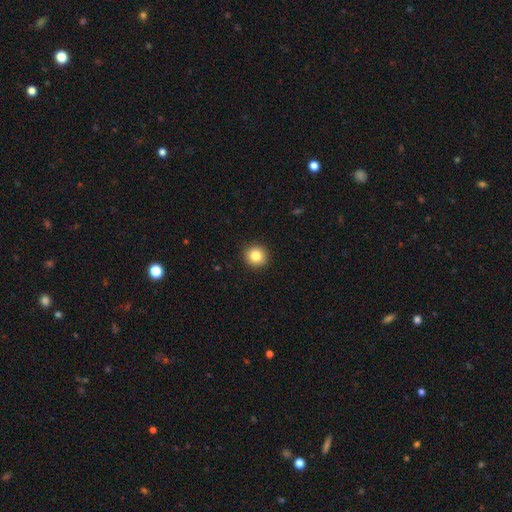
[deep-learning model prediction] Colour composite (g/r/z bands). It shows a smooth galaxy with no disk features (84%) that is round (93%). Merging: none (92%).